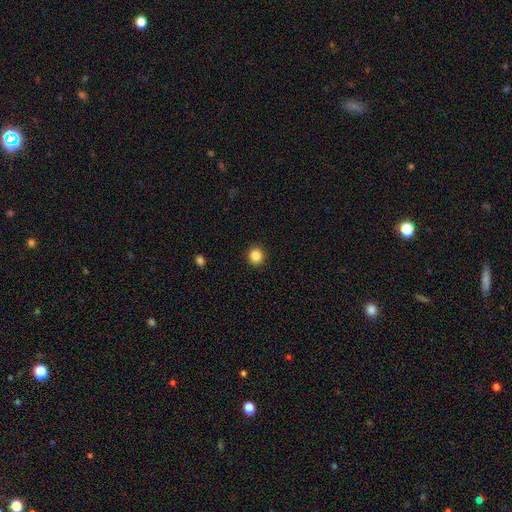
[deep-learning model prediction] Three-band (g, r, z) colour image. It shows a smooth galaxy with no disk features (85%) that is round (87%). Merging: none (92%).